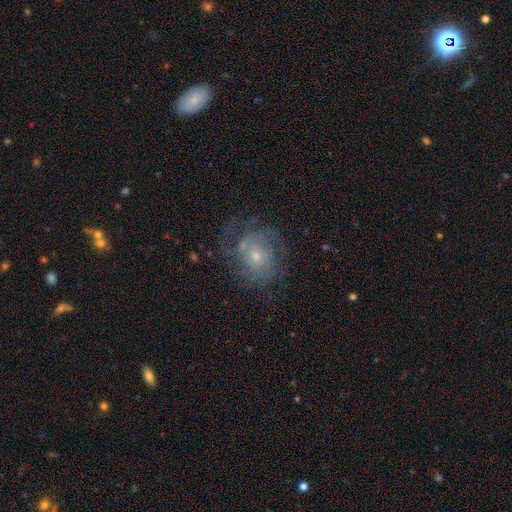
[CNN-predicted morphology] type=featured or disk (72%); edge-on=no (97%); bar=no (76%); spiral arms=yes (87%); winding=tight (50%); arm count=can't tell (38%); bulge=small (58%); merging=none (64%).